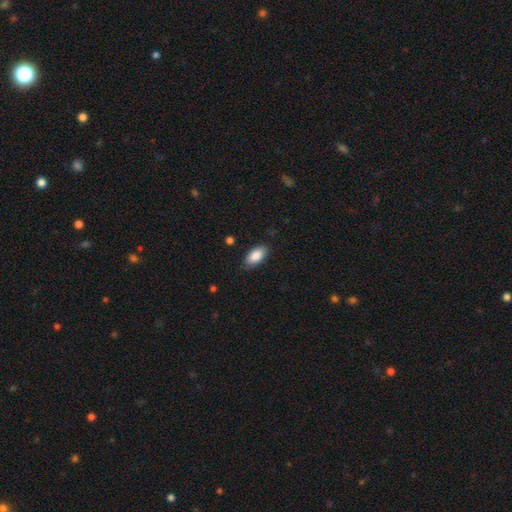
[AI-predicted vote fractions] Smooth or featured?
  - smooth: 88% *
  - star or artifact: 6%
  - featured or disk: 6%
How rounded?
  - in between: 92% *
  - cigar-shaped: 5%
  - round: 3%
Merging?
  - none: 83% *
  - minor disturbance: 13%
  - major disturbance: 3%
  - merger: 1%